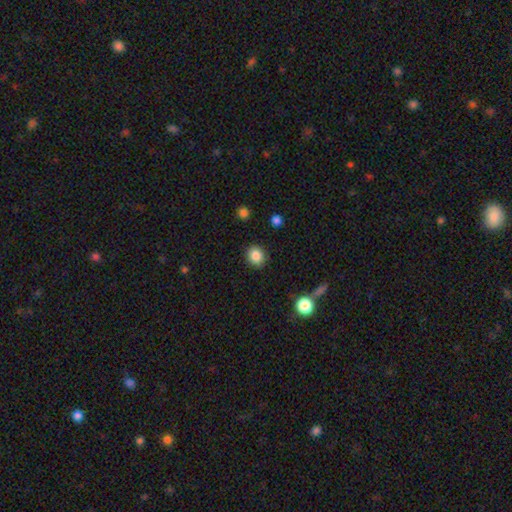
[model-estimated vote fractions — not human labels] Smooth or featured: smooth — 86% (star or artifact — 10%)
How rounded: round — 75% (in between — 24%)
Merging: none — 89% (minor disturbance — 7%)